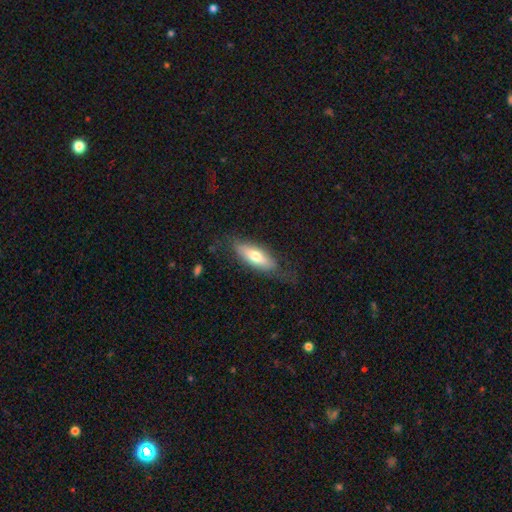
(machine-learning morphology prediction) smooth-or-featured: smooth: 63% | featured or disk: 31% | star or artifact: 6%
  how-rounded: in between: 62% | cigar-shaped: 36% | round: 2%
  merging: none: 69% | minor disturbance: 21% | major disturbance: 9% | merger: 1%